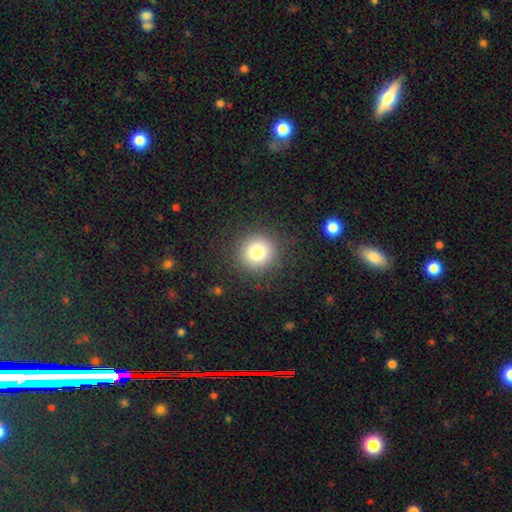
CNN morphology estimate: type=smooth (80%); roundness=round (93%); merging=none (90%).